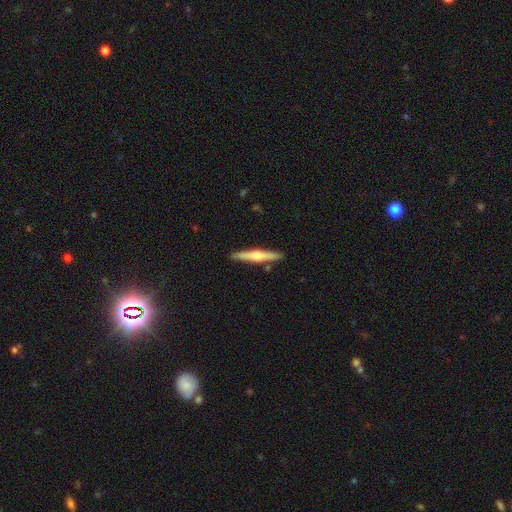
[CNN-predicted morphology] The model was most divided on "smooth or featured": featured or disk: 67%, smooth: 28%, star or artifact: 5%. More confident: edge-on disk — yes (97%); edge-on bulge — rounded (90%); merging — none (90%).